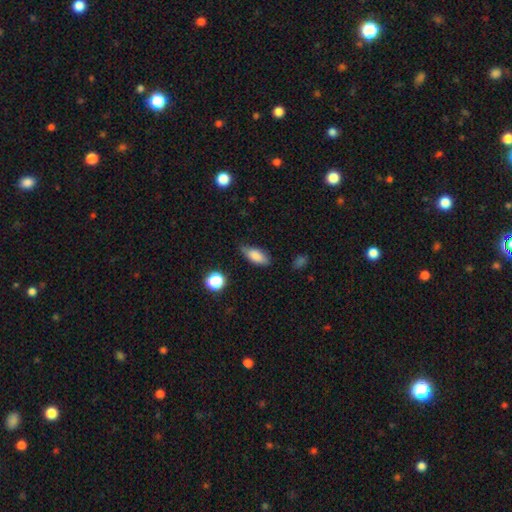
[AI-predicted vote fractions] Q: Smooth or featured?
A: smooth (83%); runner-up: featured or disk (9%)
Q: How rounded?
A: in between (81%); runner-up: cigar-shaped (16%)
Q: Merging?
A: none (68%); runner-up: minor disturbance (25%)